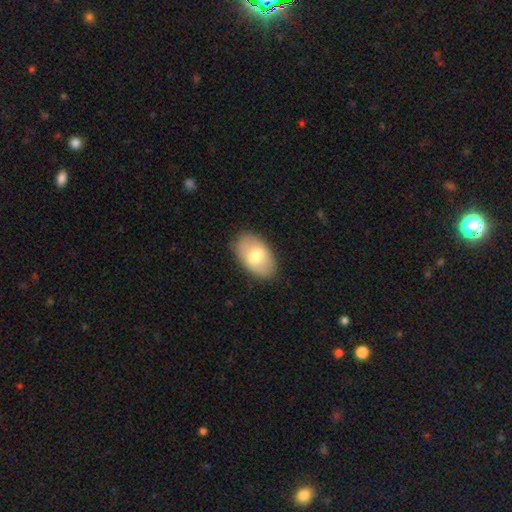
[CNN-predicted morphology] A smooth galaxy with no disk features (64%) that is in between round and cigar-shaped (91%).

Vote fractions:
- Smooth or featured? smooth: 64% / featured or disk: 29% / star or artifact: 6%
- How rounded? in between: 91% / round: 7% / cigar-shaped: 1%
- Merging? none: 84% / minor disturbance: 11% / major disturbance: 3% / merger: 1%